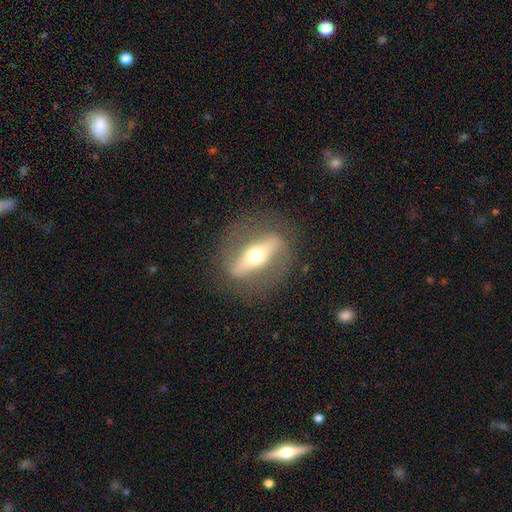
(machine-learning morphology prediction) This is likely a featured or disk galaxy (75%). It is possibly not viewed edge-on (52%). Merging: clearly none (80%).